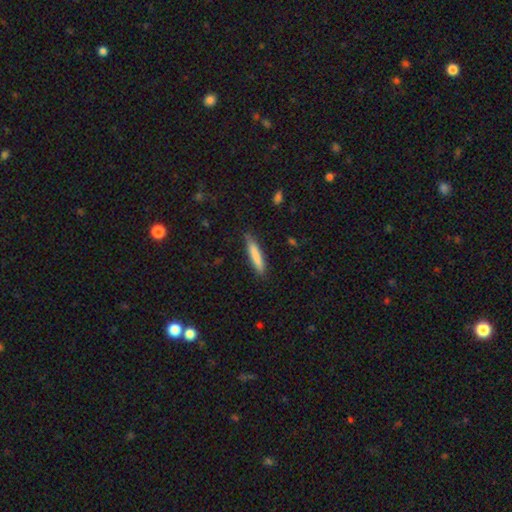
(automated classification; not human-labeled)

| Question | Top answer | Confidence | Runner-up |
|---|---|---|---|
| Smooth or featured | smooth | 79% | featured or disk (15%) |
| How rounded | cigar-shaped | 89% | in between (10%) |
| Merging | none | 79% | minor disturbance (16%) |